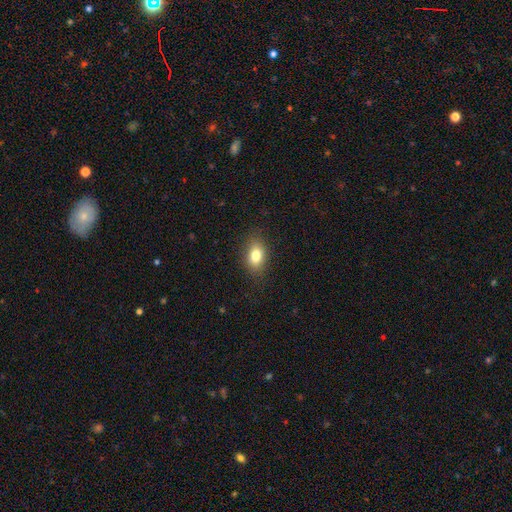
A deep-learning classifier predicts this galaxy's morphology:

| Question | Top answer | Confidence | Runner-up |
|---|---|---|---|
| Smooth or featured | smooth | 80% | featured or disk (10%) |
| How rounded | in between | 81% | round (17%) |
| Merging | none | 85% | minor disturbance (11%) |